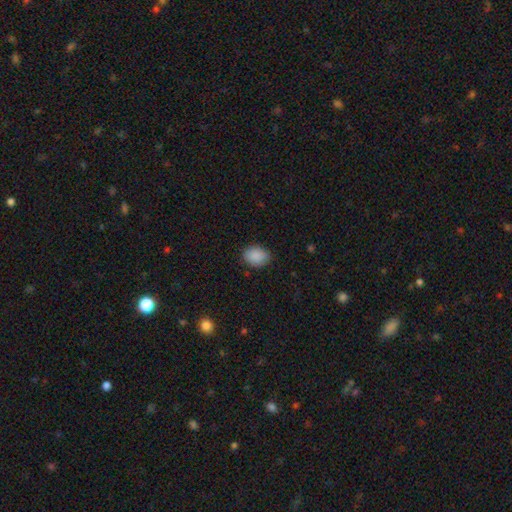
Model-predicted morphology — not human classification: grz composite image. It shows a smooth galaxy with no disk features (89%) that is in between round and cigar-shaped (65%). Merging: none (84%).